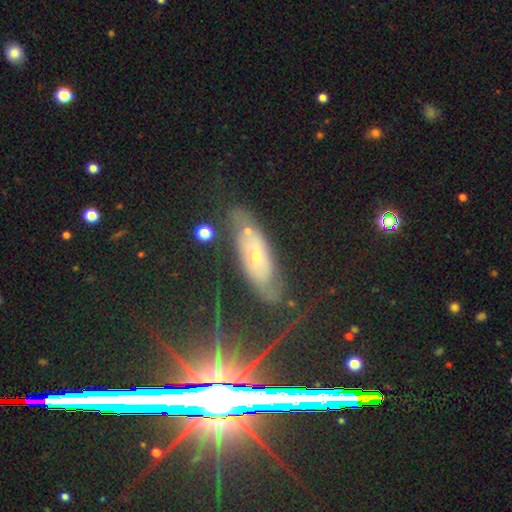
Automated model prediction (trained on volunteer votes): Smooth or featured: featured or disk — 45% (smooth — 31%)
Merging: none — 69% (minor disturbance — 20%)